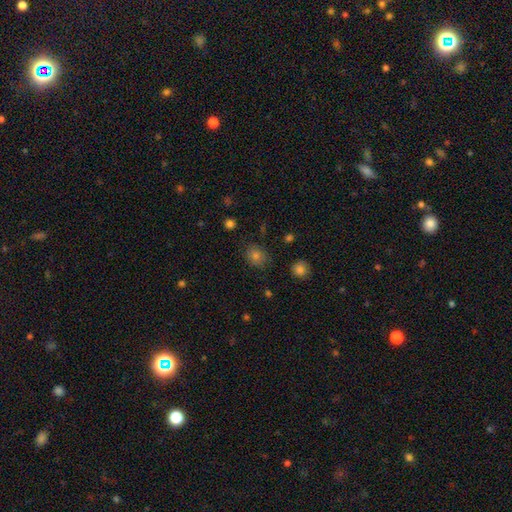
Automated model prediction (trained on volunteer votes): Q: Smooth or featured?
A: smooth (73%); runner-up: star or artifact (20%)
Q: How rounded?
A: round (62%); runner-up: in between (37%)
Q: Merging?
A: none (83%); runner-up: minor disturbance (12%)